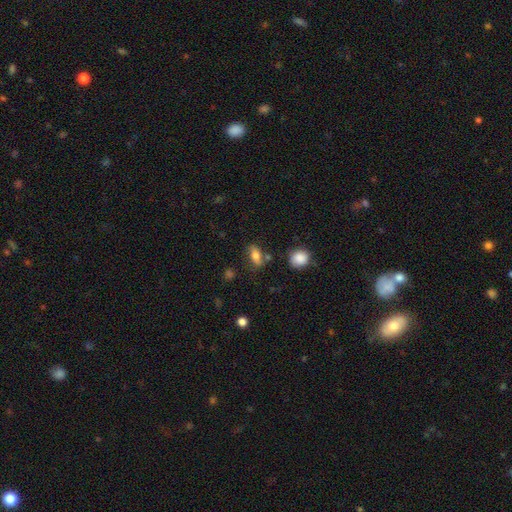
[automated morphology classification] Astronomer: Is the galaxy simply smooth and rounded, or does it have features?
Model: smooth — 75%.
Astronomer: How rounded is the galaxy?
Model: in between — 79%.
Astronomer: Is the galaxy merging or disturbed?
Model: none — 67%.